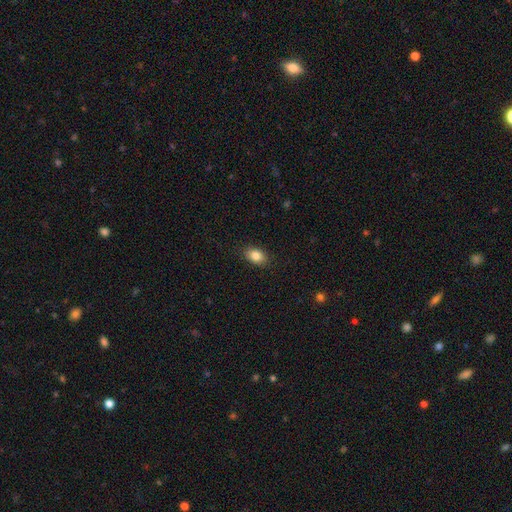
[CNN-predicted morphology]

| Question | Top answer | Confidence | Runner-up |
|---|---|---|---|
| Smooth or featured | smooth | 86% | star or artifact (8%) |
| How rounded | in between | 82% | round (16%) |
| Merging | none | 87% | minor disturbance (10%) |